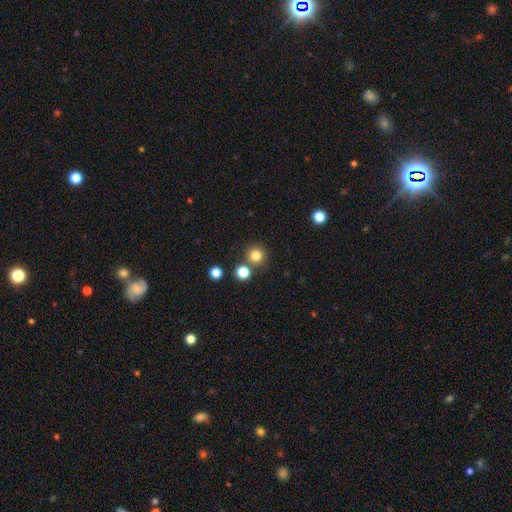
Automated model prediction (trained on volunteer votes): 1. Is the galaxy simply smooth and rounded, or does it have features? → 81% smooth, 14% star or artifact, 5% featured or disk.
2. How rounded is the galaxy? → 94% round, 5% in between, 1% cigar-shaped.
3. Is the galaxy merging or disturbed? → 79% none, 12% merger, 7% minor disturbance, 3% major disturbance.